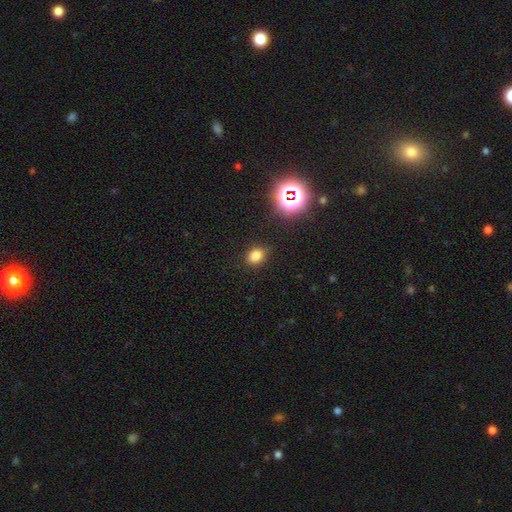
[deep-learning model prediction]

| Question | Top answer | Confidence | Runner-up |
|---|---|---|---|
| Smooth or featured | smooth | 77% | star or artifact (17%) |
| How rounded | in between | 64% | round (34%) |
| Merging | none | 84% | minor disturbance (11%) |